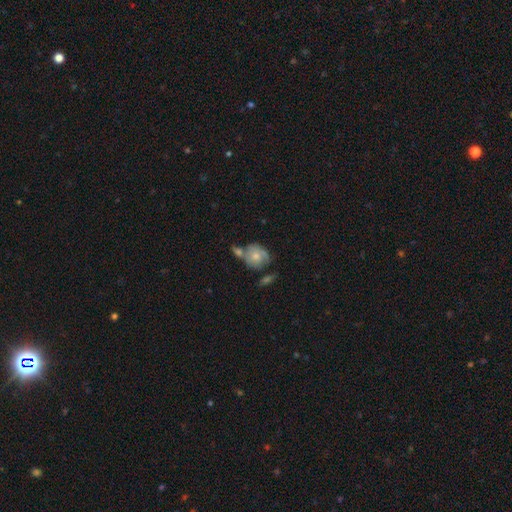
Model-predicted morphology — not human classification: Smooth or featured?
  - smooth: 49% *
  - featured or disk: 44%
  - star or artifact: 7%
Merging?
  - none: 39% *
  - merger: 29%
  - minor disturbance: 21%
  - major disturbance: 11%